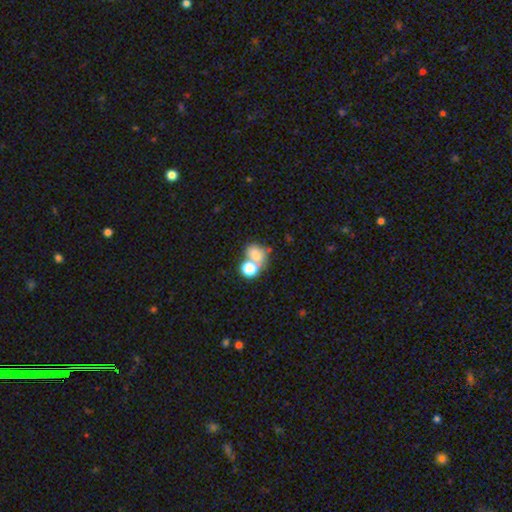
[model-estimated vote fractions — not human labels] Smooth or featured? Predicted: smooth (p=0.72). How rounded? Predicted: in between (p=0.54). Merging? Predicted: merger (p=0.53).